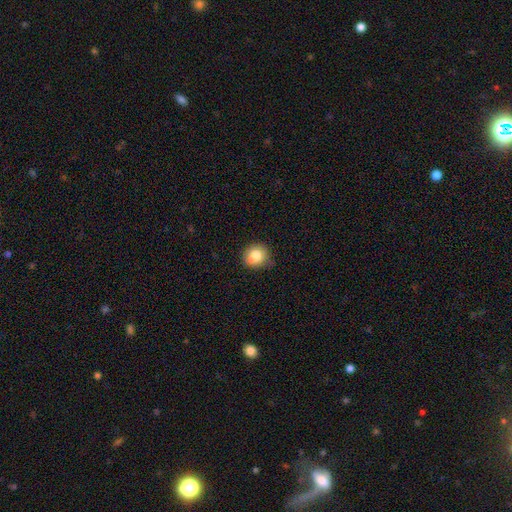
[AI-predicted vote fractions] A smooth galaxy with no disk features (82%) that is round (79%).

Vote fractions:
- Smooth or featured? smooth: 82% / star or artifact: 9% / featured or disk: 8%
- How rounded? round: 79% / in between: 20% / cigar-shaped: 1%
- Merging? none: 74% / minor disturbance: 20% / major disturbance: 3% / merger: 3%